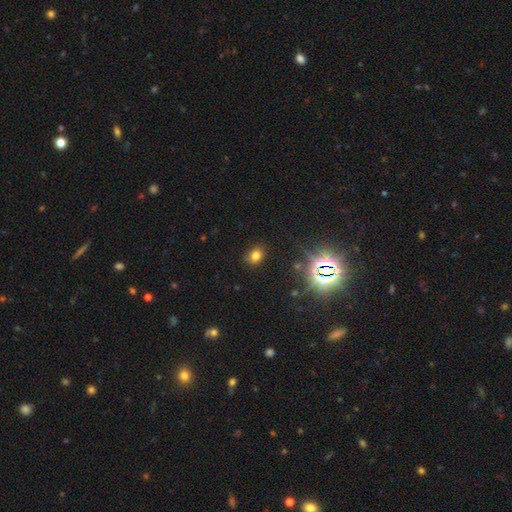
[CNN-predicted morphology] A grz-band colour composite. It shows a smooth galaxy with no disk features (70%) that is in between round and cigar-shaped (58%). Merging: none (80%).